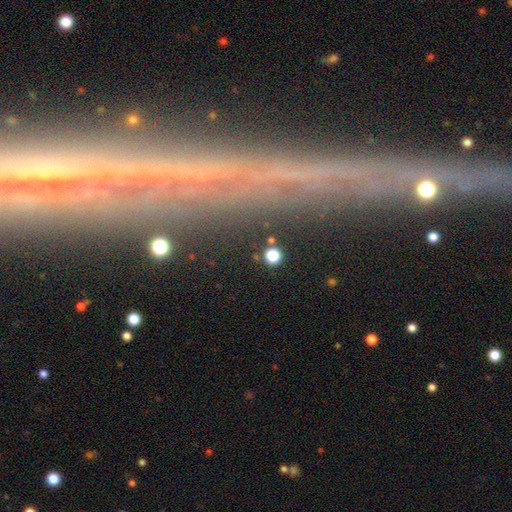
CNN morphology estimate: type=star or artifact (48%).